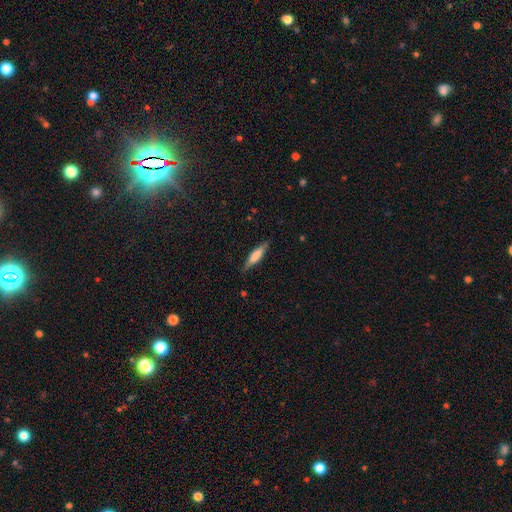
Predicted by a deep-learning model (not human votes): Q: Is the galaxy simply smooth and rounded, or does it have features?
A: smooth — 61%.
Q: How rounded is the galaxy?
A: cigar-shaped — 77%.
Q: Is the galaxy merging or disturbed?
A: none — 84%.